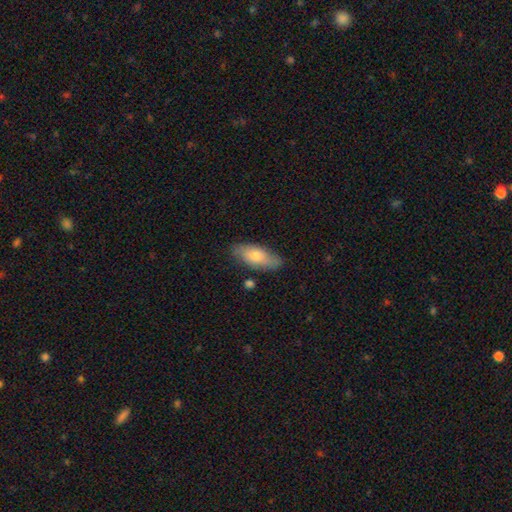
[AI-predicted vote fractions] Smooth or featured: smooth — 71% (featured or disk — 22%)
How rounded: in between — 73% (cigar-shaped — 24%)
Merging: none — 81% (minor disturbance — 14%)